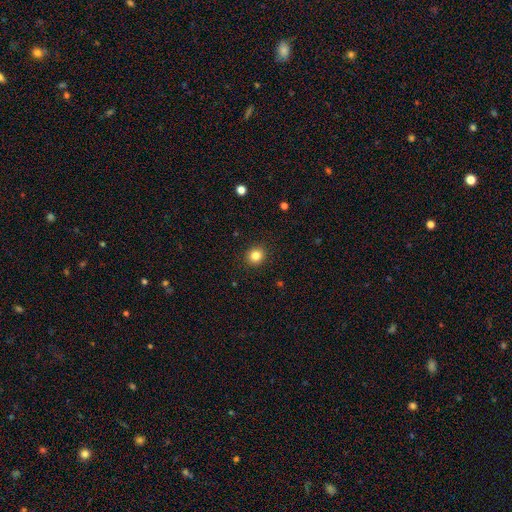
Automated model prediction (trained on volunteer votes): Overall: smooth (84%). How rounded: round (83%). Merging: none (91%).